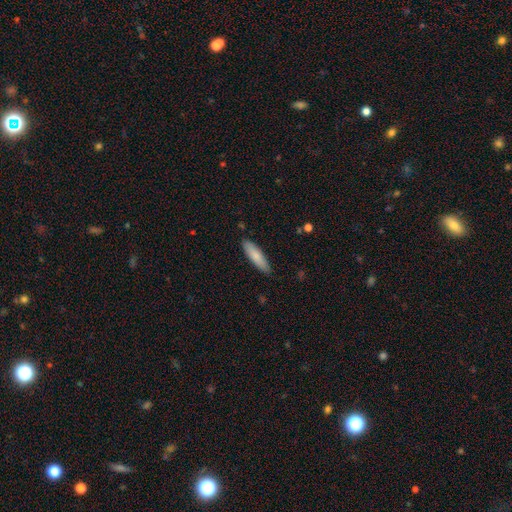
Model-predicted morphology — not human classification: type=smooth (82%); roundness=cigar-shaped (64%); merging=none (87%).